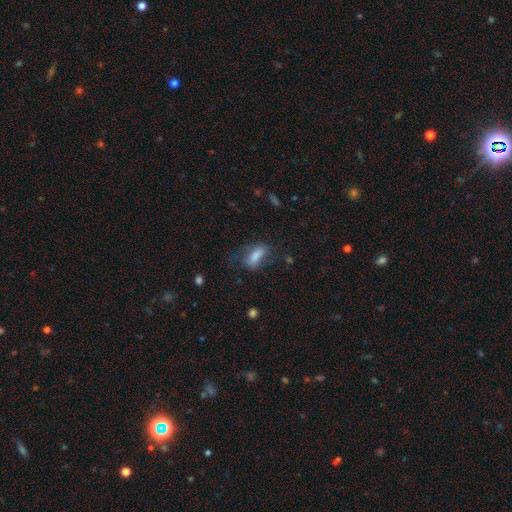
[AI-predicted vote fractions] This appears to be a smooth galaxy with no disk features (73%) that is in between round and cigar-shaped (68%). Merging: none (56%).